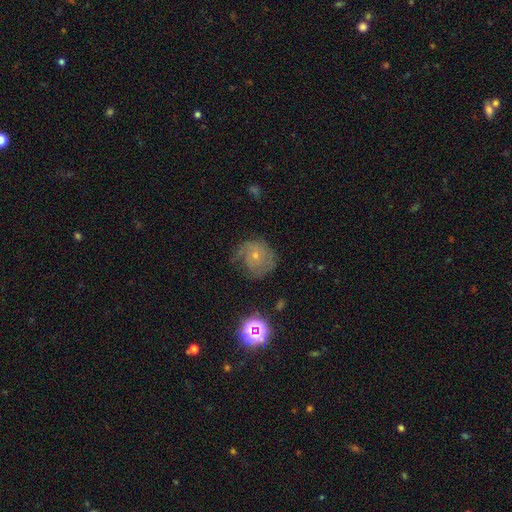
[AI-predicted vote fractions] Q: Smooth or featured?
A: featured or disk (61%); runner-up: smooth (26%)
Q: Edge-on disk?
A: no (97%); runner-up: yes (3%)
Q: Bar?
A: no (80%); runner-up: weak (17%)
Q: Spiral arms?
A: yes (85%); runner-up: no (15%)
Q: Spiral winding?
A: tight (50%); runner-up: medium (35%)
Q: Spiral arm count?
A: can't tell (31%); runner-up: 2 (28%)
Q: Bulge size?
A: small (70%); runner-up: moderate (25%)
Q: Merging?
A: none (54%); runner-up: minor disturbance (26%)